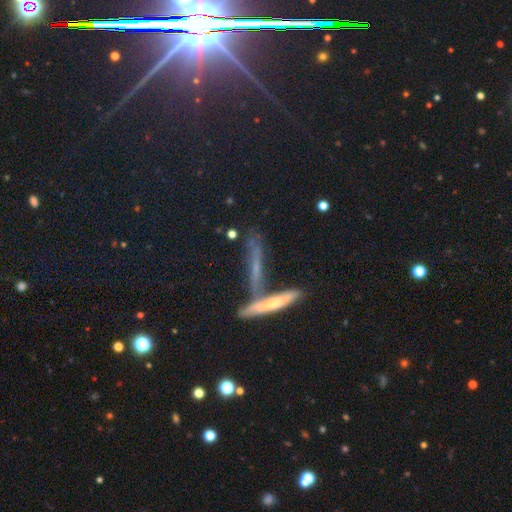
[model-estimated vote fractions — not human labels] A featured or disk galaxy (37%).

Vote fractions:
- Smooth or featured? featured or disk: 37% / smooth: 36% / star or artifact: 27%
- Merging? none: 58% / merger: 22% / minor disturbance: 13% / major disturbance: 7%